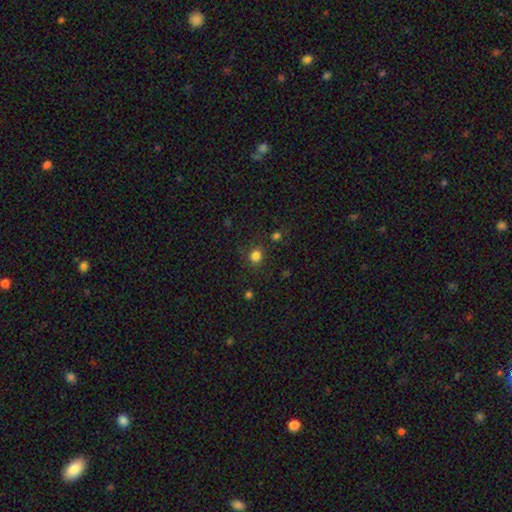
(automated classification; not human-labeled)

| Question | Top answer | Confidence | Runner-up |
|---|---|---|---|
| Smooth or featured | smooth | 81% | star or artifact (15%) |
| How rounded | round | 79% | in between (21%) |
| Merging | none | 82% | minor disturbance (11%) |